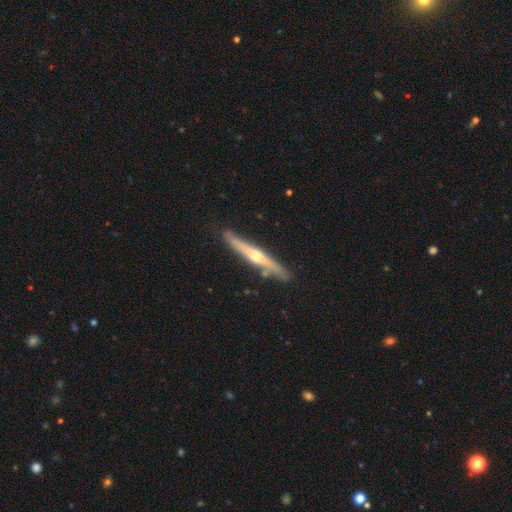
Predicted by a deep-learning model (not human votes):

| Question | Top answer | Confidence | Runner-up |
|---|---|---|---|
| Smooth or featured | featured or disk | 71% | smooth (24%) |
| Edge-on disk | yes | 95% | no (5%) |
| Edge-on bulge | rounded | 86% | none (10%) |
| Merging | none | 83% | minor disturbance (12%) |